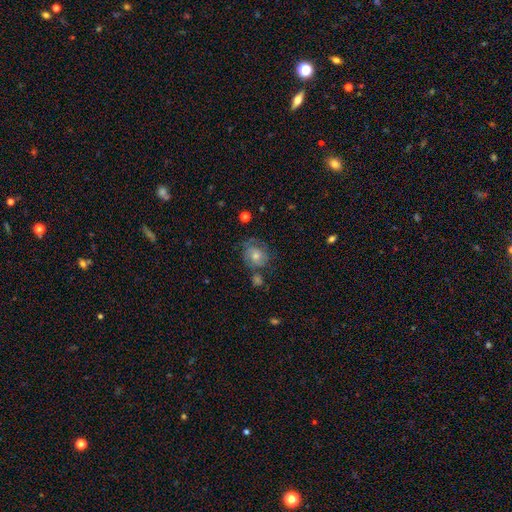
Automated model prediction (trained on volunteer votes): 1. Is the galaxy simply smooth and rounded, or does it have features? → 53% featured or disk, 33% smooth, 14% star or artifact.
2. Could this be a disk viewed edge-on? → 97% no, 3% yes.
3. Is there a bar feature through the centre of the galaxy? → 77% no, 20% weak, 4% strong.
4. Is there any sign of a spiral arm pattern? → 75% yes, 25% no.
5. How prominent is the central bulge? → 61% moderate, 31% small, 5% large, 2% none, 1% dominant.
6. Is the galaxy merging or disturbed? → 62% none, 20% minor disturbance, 10% major disturbance, 9% merger.